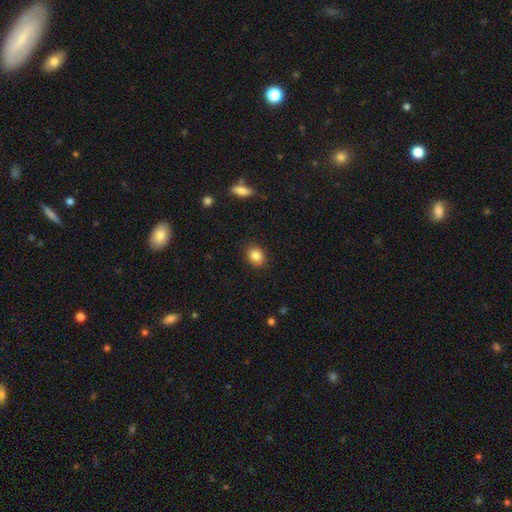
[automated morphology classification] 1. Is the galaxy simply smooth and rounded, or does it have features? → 85% smooth, 9% star or artifact, 6% featured or disk.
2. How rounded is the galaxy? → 52% in between, 47% round, 1% cigar-shaped.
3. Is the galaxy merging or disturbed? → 85% none, 11% minor disturbance, 2% major disturbance, 1% merger.